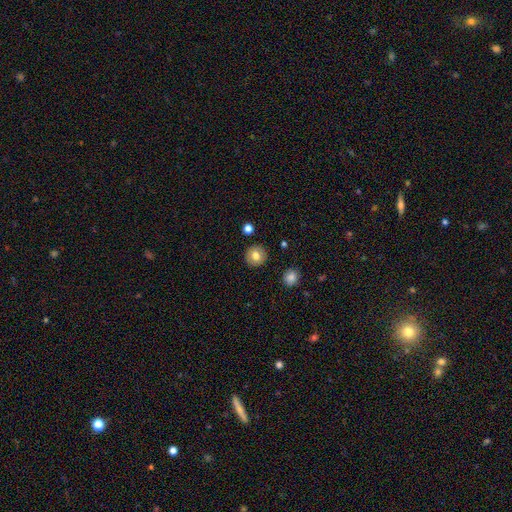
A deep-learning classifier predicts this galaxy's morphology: Overall: smooth (77%). How rounded: round (93%). Merging: none (90%).